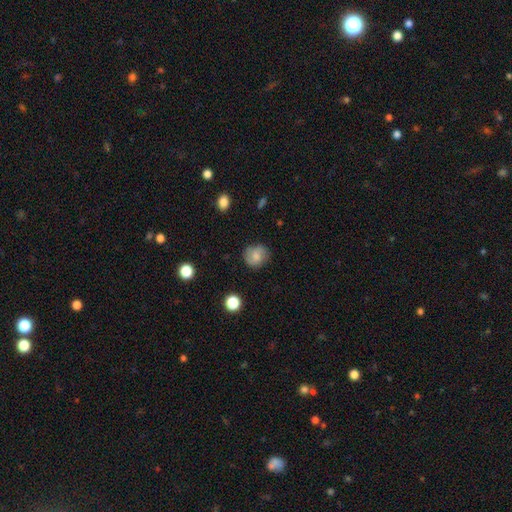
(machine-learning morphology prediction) Smooth or featured? Predicted: smooth (p=0.74). How rounded? Predicted: round (p=0.81). Merging? Predicted: none (p=0.78).